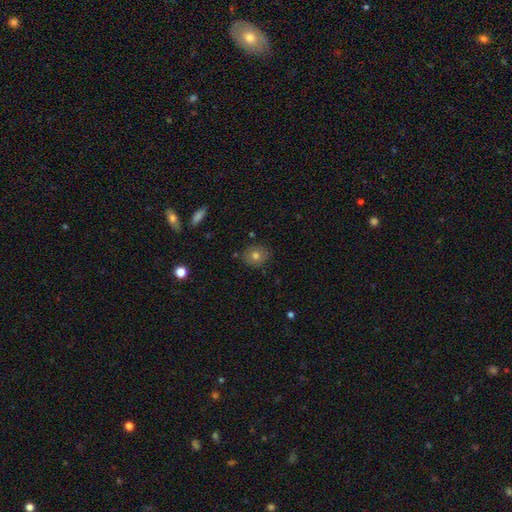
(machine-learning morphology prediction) Smooth or featured? smooth (74%)
How rounded? round (69%)
Merging? none (84%)